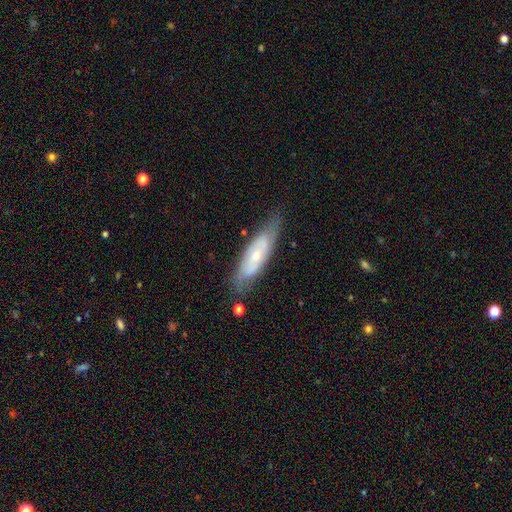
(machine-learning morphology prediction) This appears to be a featured or disk galaxy (55%). Merging: none (74%).